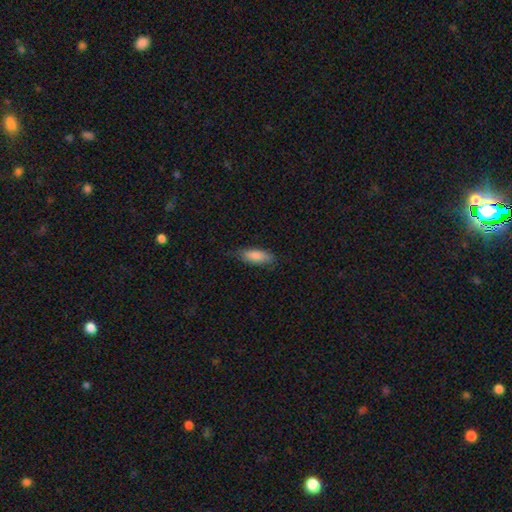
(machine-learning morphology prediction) Q: Smooth or featured?
A: smooth (84%); runner-up: featured or disk (10%)
Q: How rounded?
A: in between (70%); runner-up: cigar-shaped (28%)
Q: Merging?
A: none (72%); runner-up: minor disturbance (22%)